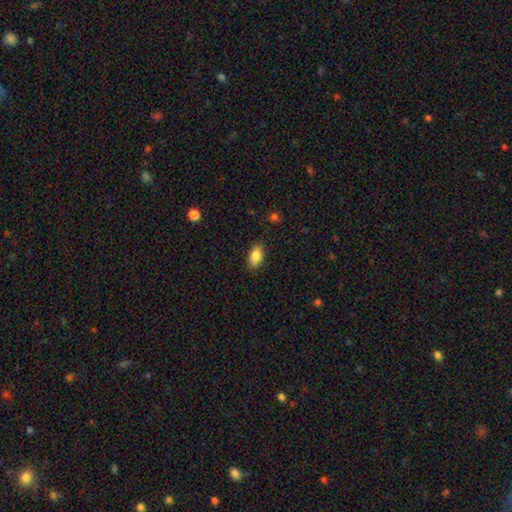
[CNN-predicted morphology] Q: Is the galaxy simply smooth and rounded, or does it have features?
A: smooth — 85%.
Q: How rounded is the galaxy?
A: in between — 91%.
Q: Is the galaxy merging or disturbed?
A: none — 87%.